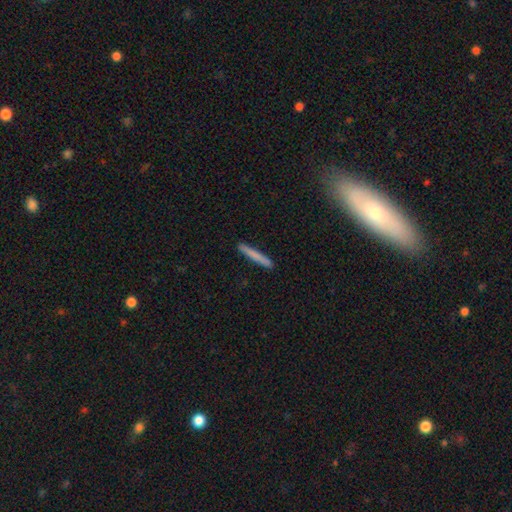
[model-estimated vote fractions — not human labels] smooth-or-featured: smooth: 74% | featured or disk: 20% | star or artifact: 6%
  how-rounded: cigar-shaped: 96% | in between: 2% | round: 1%
  merging: none: 91% | minor disturbance: 6% | major disturbance: 1% | merger: 1%